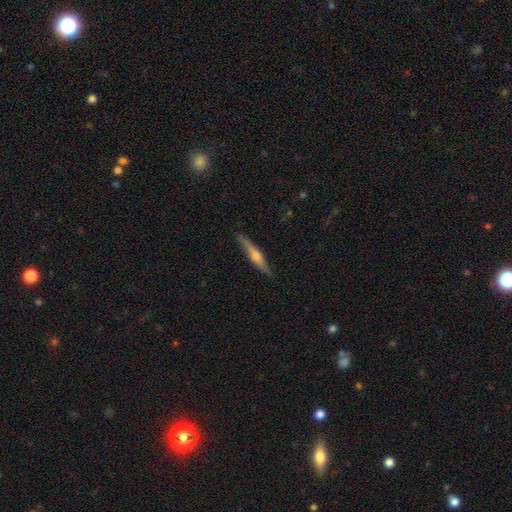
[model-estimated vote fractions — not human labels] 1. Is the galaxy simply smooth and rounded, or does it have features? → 66% featured or disk, 28% smooth, 6% star or artifact.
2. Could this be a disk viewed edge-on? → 96% yes, 4% no.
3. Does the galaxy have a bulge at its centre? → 83% rounded, 9% none, 8% boxy.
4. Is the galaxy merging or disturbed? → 86% none, 11% minor disturbance, 2% major disturbance, 1% merger.